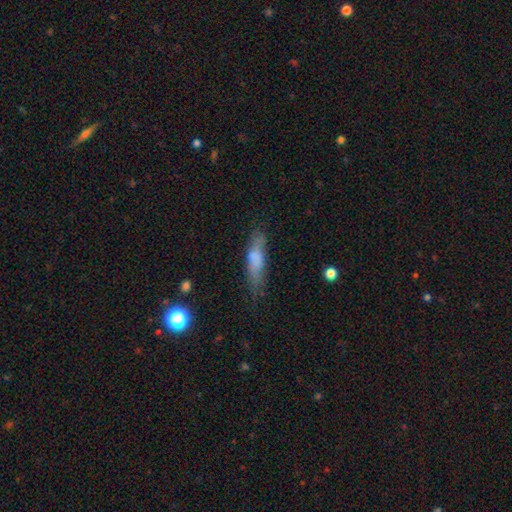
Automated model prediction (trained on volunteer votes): Overall: smooth (64%; featured or disk 27%). How rounded: cigar-shaped (73%). Merging: none (67%).